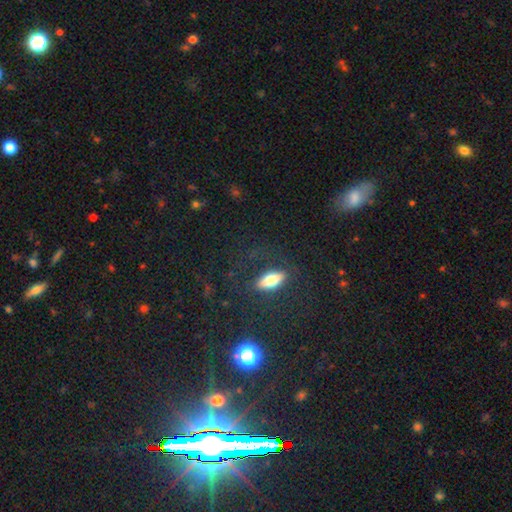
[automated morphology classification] type=star or artifact (51%).